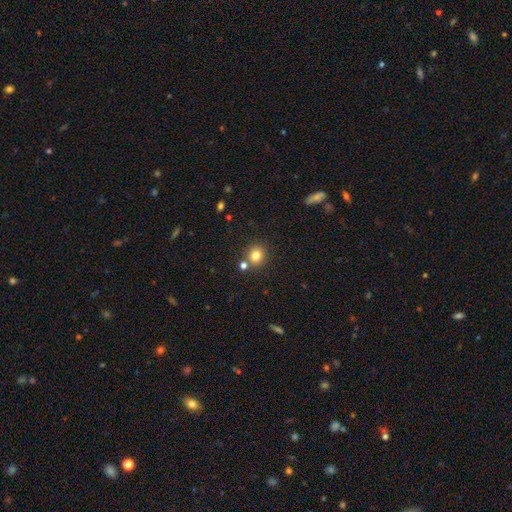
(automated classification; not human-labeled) smooth 80%, star or artifact 13%, featured or disk 7%. Down the decision tree: how rounded — round (87%); merging — none (76%).